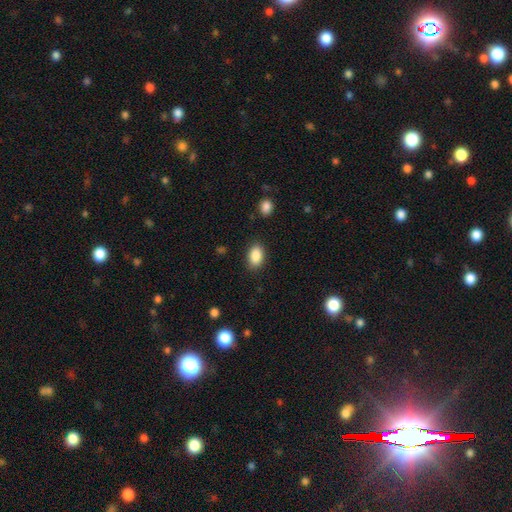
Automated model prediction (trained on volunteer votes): smooth-or-featured: smooth: 88% | star or artifact: 8% | featured or disk: 4%
  how-rounded: in between: 88% | round: 11% | cigar-shaped: 1%
  merging: none: 86% | minor disturbance: 10% | major disturbance: 3% | merger: 1%